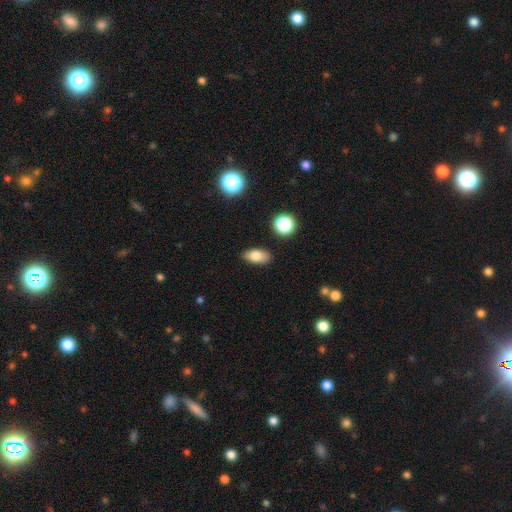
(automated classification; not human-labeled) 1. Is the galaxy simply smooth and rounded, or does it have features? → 79% smooth, 11% featured or disk, 10% star or artifact.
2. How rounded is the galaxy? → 87% in between, 7% round, 5% cigar-shaped.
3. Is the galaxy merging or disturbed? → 85% none, 11% minor disturbance, 2% major disturbance, 2% merger.